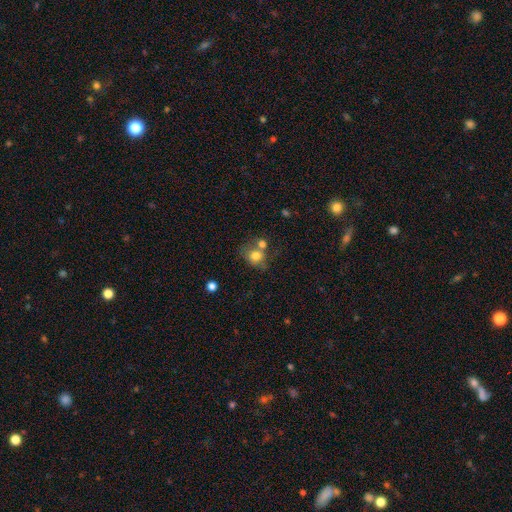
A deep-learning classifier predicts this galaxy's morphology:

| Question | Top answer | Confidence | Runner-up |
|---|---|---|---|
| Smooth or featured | smooth | 75% | featured or disk (14%) |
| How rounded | round | 69% | in between (30%) |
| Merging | none | 39% | merger (38%) |